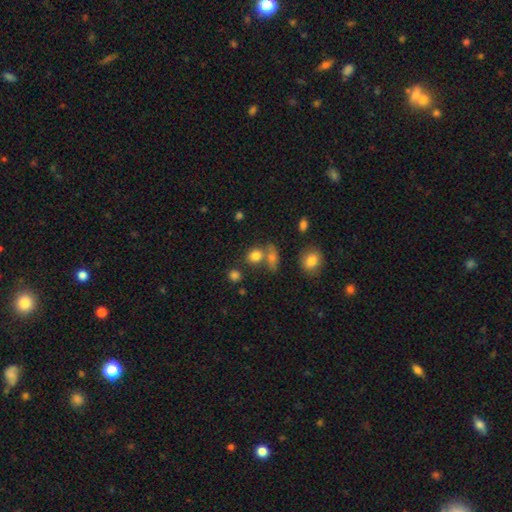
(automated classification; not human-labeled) A smooth galaxy with no disk features (79%) that is round (58%).

Vote fractions:
- Smooth or featured? smooth: 79% / star or artifact: 12% / featured or disk: 9%
- How rounded? round: 58% / in between: 39% / cigar-shaped: 2%
- Merging? none: 54% / merger: 30% / minor disturbance: 11% / major disturbance: 5%